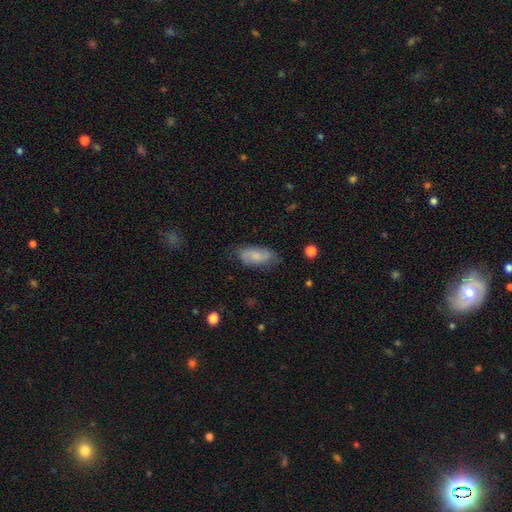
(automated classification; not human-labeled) Morphology: type=smooth (67%); roundness=in between (88%); merging=none (73%).